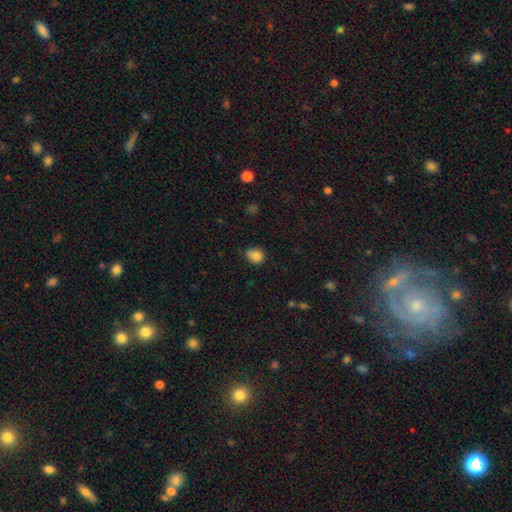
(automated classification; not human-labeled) This is clearly a smooth galaxy (83%). How rounded: likely round (69%). Merging: likely none (63%).